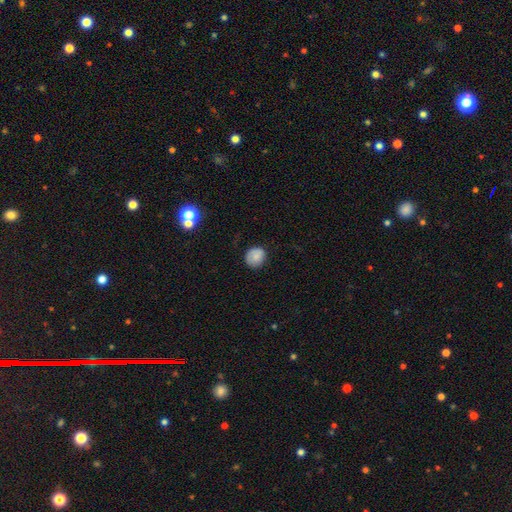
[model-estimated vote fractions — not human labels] This appears to be a smooth galaxy with no disk features (81%) that is round (81%). Merging: none (80%).